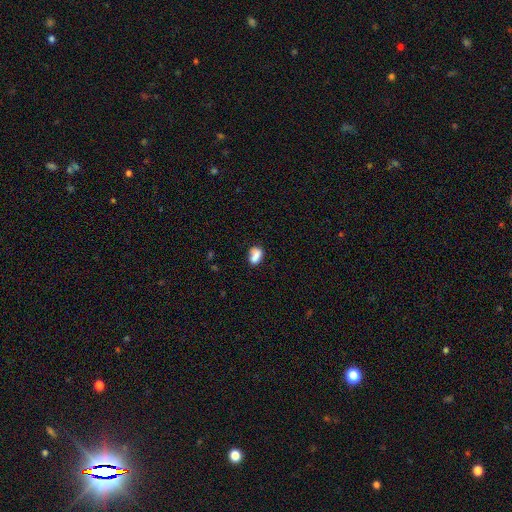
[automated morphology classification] This is likely a smooth galaxy (80%). How rounded: likely in between (79%). Merging: possibly none (52%).